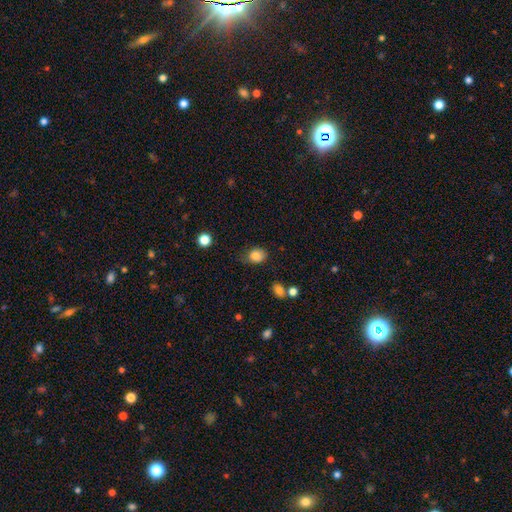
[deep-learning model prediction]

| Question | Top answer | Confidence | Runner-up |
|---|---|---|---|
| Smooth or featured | smooth | 83% | star or artifact (11%) |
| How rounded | round | 50% | in between (49%) |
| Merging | none | 66% | minor disturbance (25%) |